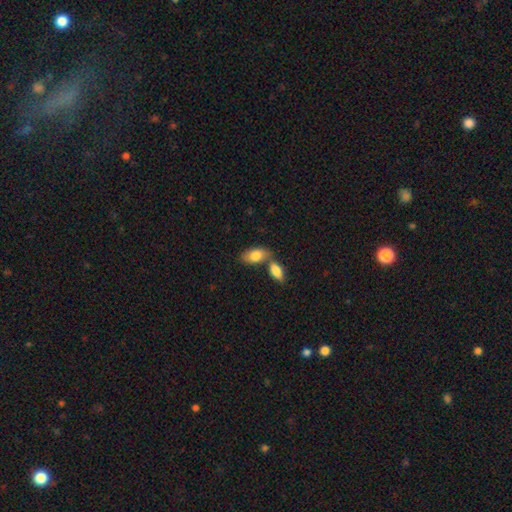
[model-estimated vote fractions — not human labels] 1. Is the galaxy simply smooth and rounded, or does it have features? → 82% smooth, 12% featured or disk, 6% star or artifact.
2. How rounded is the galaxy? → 92% in between, 4% round, 3% cigar-shaped.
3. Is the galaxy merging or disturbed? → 44% none, 42% merger, 11% minor disturbance, 3% major disturbance.